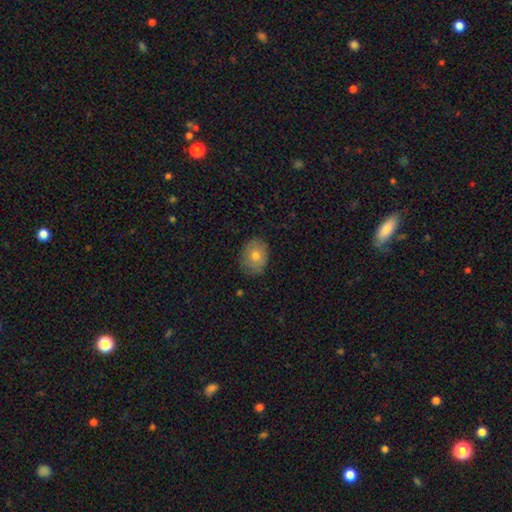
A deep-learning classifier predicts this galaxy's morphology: Smooth or featured: smooth — 71% (featured or disk — 19%)
How rounded: in between — 51% (round — 48%)
Merging: none — 81% (minor disturbance — 15%)